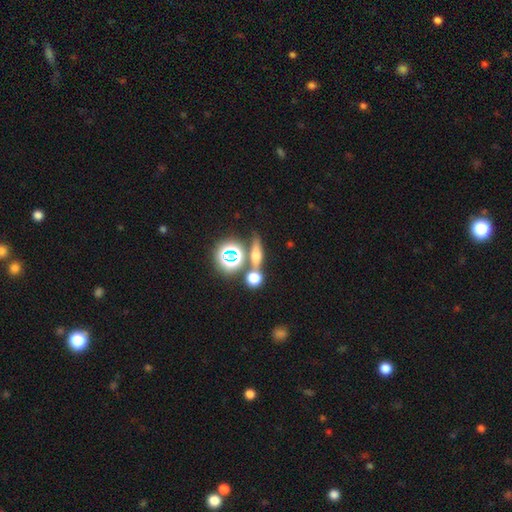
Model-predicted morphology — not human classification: Q: Smooth or featured?
A: smooth (44%); runner-up: star or artifact (29%)
Q: Merging?
A: none (67%); runner-up: merger (19%)